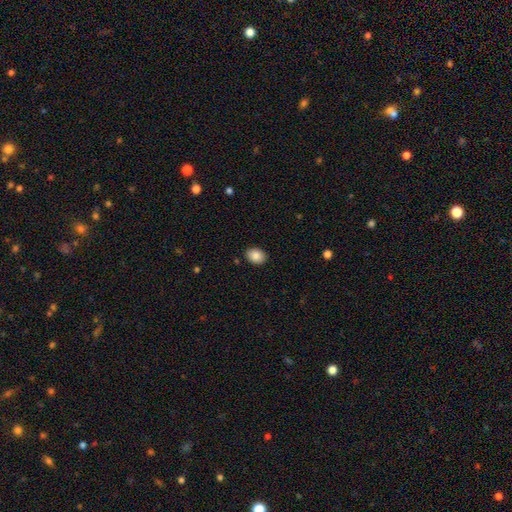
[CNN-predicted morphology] smooth 88%, star or artifact 8%, featured or disk 5%. Down the decision tree: how rounded — in between (71%); merging — none (89%).